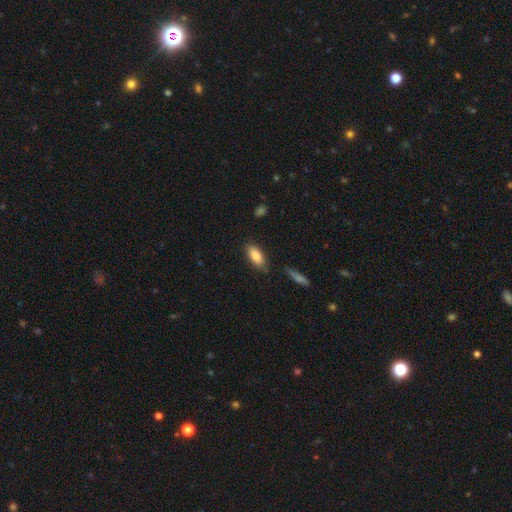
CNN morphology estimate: Overall: smooth (85%). How rounded: in between (83%). Merging: none (81%).